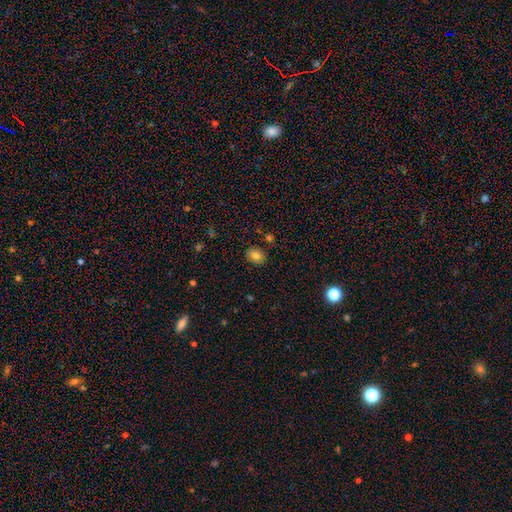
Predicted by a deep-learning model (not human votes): A smooth galaxy with no disk features (81%) that is in between round and cigar-shaped (53%). Merging: none (86%).